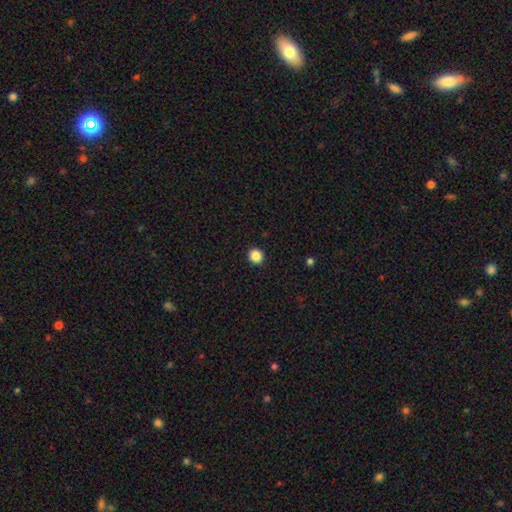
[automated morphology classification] Overall: smooth (86%). How rounded: round (90%). Merging: none (93%).